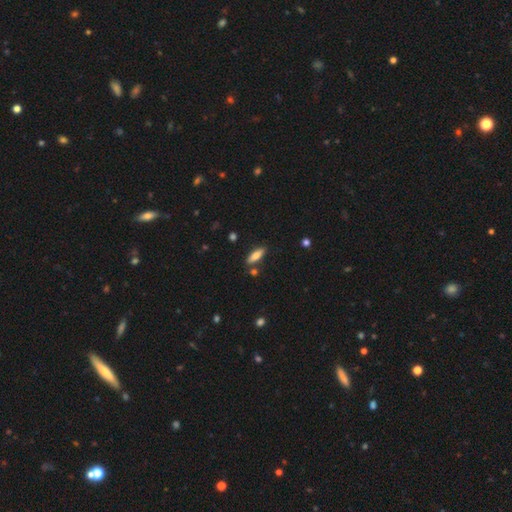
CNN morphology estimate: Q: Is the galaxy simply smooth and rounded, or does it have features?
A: smooth — 77%.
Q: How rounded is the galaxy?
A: in between — 51%.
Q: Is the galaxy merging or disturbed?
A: none — 82%.